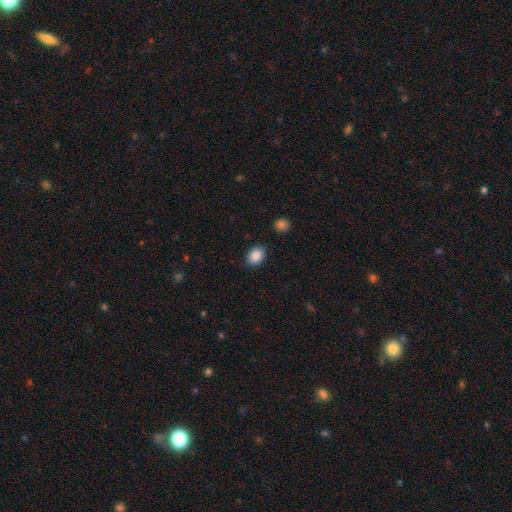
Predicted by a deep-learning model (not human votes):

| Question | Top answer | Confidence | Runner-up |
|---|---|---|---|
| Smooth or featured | smooth | 88% | star or artifact (8%) |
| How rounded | in between | 67% | round (32%) |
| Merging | none | 87% | minor disturbance (9%) |